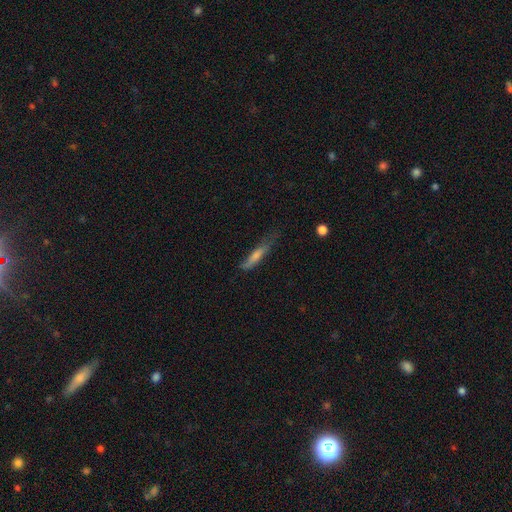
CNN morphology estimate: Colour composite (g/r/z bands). It shows a smooth galaxy with no disk features (61%) that is cigar-shaped (87%). Merging: none (56%).